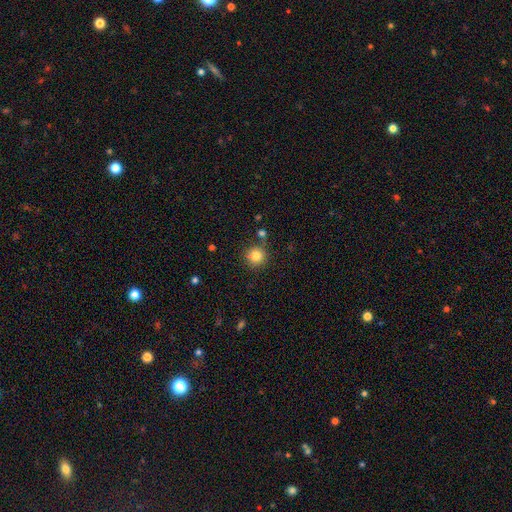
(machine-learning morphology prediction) Smooth or featured: smooth — 82% (star or artifact — 11%)
How rounded: round — 92% (in between — 7%)
Merging: none — 79% (minor disturbance — 11%)